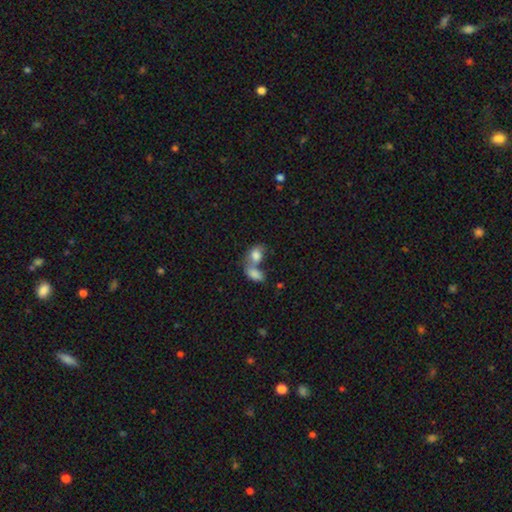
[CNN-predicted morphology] Smooth or featured? Predicted: smooth (p=0.79). How rounded? Predicted: in between (p=0.75). Merging? Predicted: merger (p=0.65).